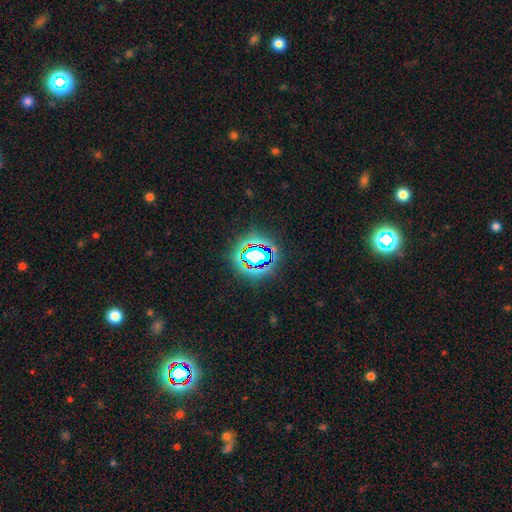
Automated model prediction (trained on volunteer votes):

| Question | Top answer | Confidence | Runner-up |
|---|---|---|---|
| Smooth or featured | star or artifact | 66% | smooth (21%) |